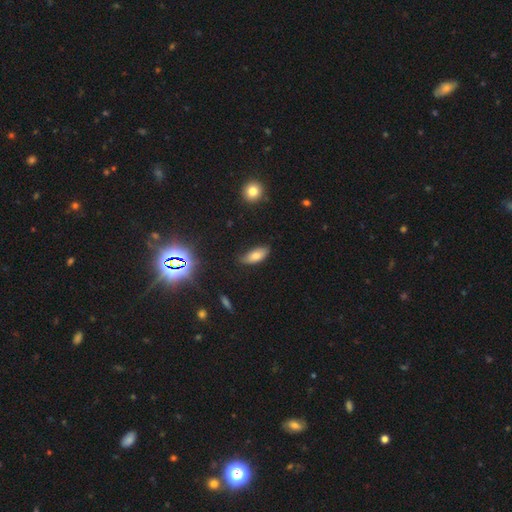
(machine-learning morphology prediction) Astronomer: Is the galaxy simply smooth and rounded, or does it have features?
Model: smooth — 73%.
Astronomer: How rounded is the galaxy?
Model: in between — 84%.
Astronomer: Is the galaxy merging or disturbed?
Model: none — 70%.